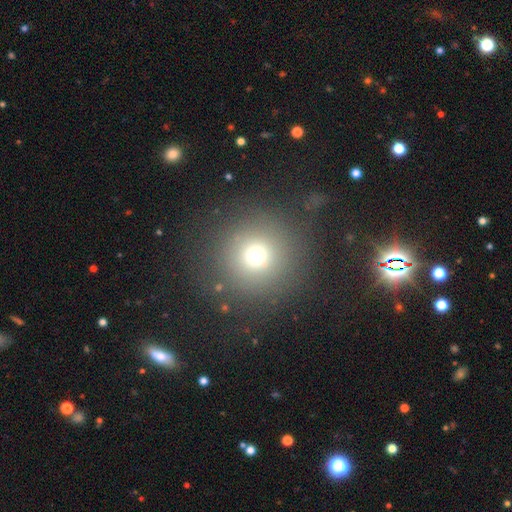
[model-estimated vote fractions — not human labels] Smooth or featured? Predicted: smooth (p=0.71). How rounded? Predicted: round (p=0.95). Merging? Predicted: none (p=0.83).